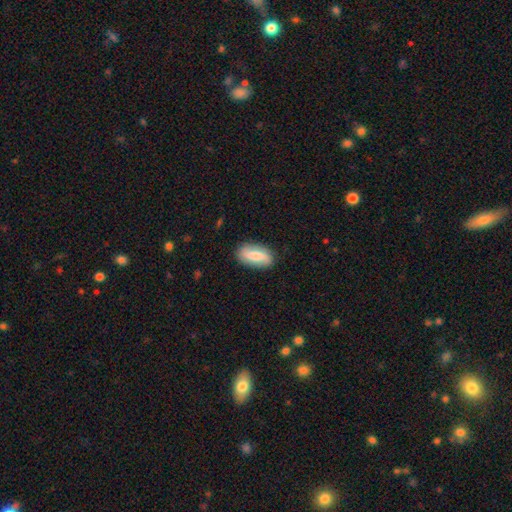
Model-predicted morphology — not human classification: The model was most divided on "smooth or featured": smooth: 62%, featured or disk: 31%, star or artifact: 6%. More confident: how rounded — in between (88%); merging — none (85%).